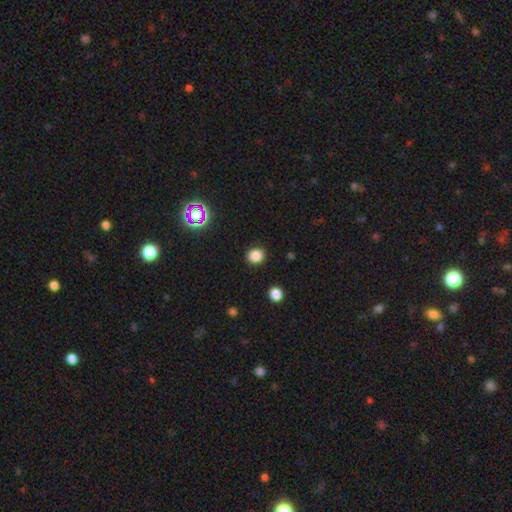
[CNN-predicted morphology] Q: Smooth or featured?
A: smooth (83%); runner-up: star or artifact (13%)
Q: How rounded?
A: round (67%); runner-up: in between (32%)
Q: Merging?
A: none (90%); runner-up: minor disturbance (7%)